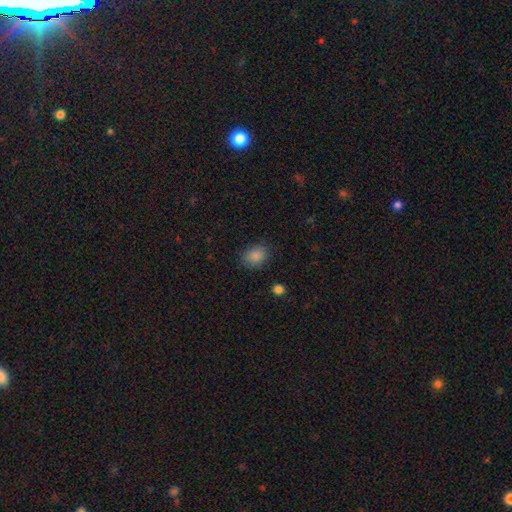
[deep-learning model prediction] Smooth or featured: smooth — 86% (star or artifact — 10%)
How rounded: in between — 54% (round — 45%)
Merging: none — 82% (minor disturbance — 13%)